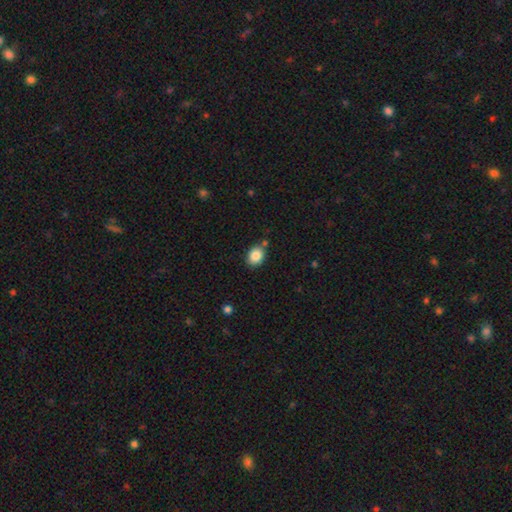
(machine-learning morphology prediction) smooth 85%, star or artifact 9%, featured or disk 6%. Down the decision tree: how rounded — in between (52%); merging — none (78%).